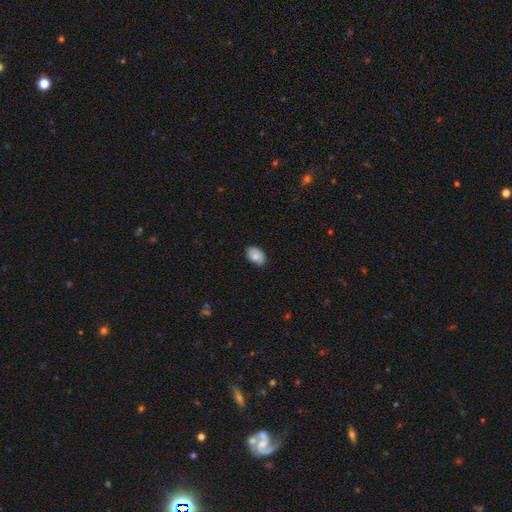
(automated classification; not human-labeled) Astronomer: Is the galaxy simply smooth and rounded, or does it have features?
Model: smooth — 83%.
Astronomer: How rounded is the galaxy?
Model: in between — 87%.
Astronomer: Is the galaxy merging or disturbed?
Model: none — 83%.